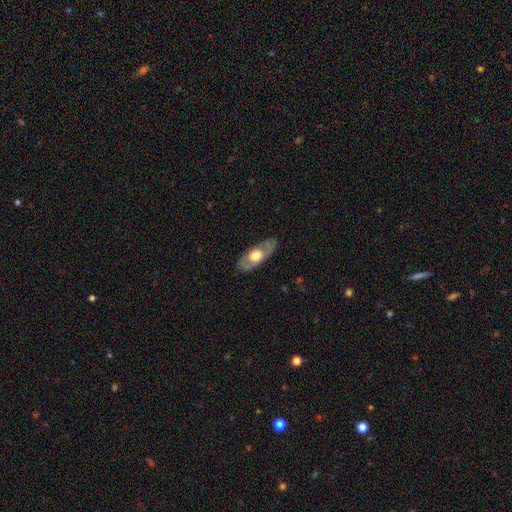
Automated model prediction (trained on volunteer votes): This is possibly a featured or disk galaxy (52%). It is likely not viewed edge-on (68%). Merging: clearly none (82%).